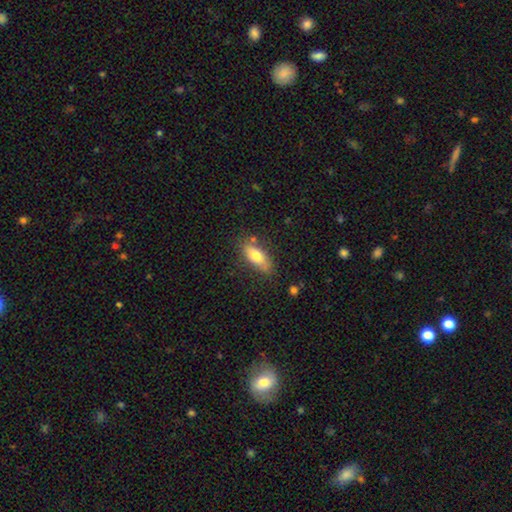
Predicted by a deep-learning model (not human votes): A smooth galaxy with no disk features (74%) that is in between round and cigar-shaped (76%). Merging: none (77%).